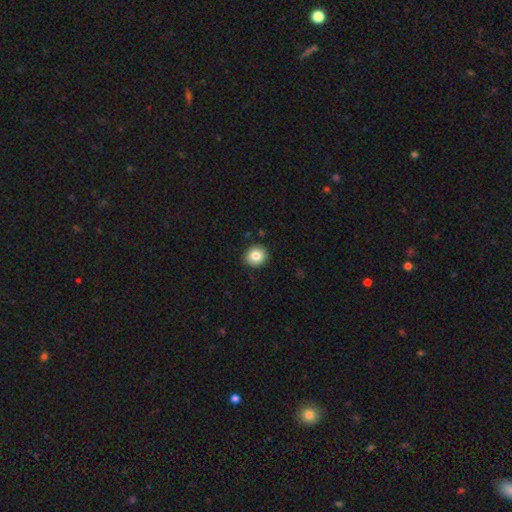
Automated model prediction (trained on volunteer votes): This is clearly a smooth galaxy (83%). How rounded: clearly round (83%). Merging: clearly none (91%).